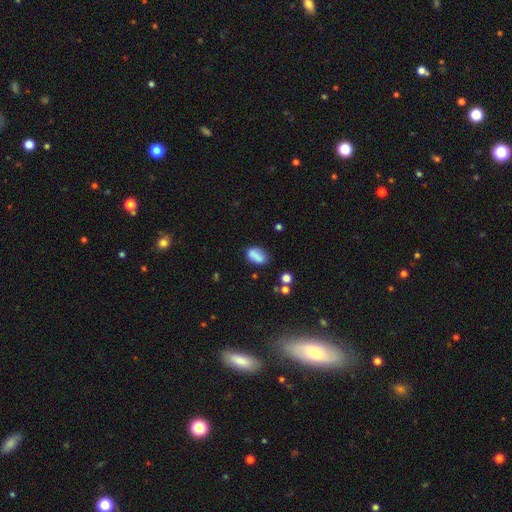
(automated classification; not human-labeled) Smooth or featured? Predicted: smooth (p=0.80). How rounded? Predicted: in between (p=0.85). Merging? Predicted: none (p=0.63).